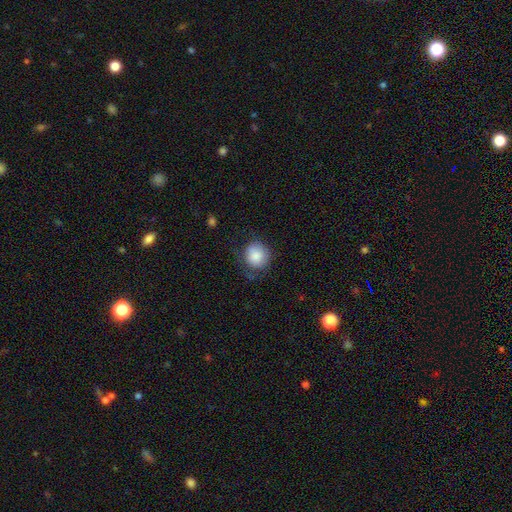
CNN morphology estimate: A smooth galaxy with no disk features (84%) that is round (86%).

Vote fractions:
- Smooth or featured? smooth: 84% / featured or disk: 8% / star or artifact: 8%
- How rounded? round: 86% / in between: 13% / cigar-shaped: 1%
- Merging? none: 64% / minor disturbance: 24% / major disturbance: 10% / merger: 2%